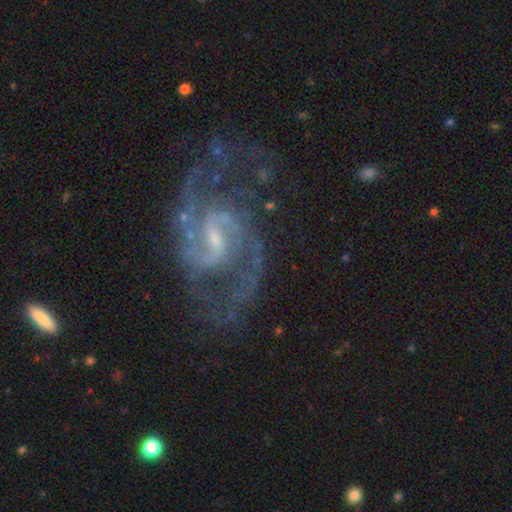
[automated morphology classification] Overall: featured or disk (92%). Edge-on disk: no (98%). Bar: weak (61%; strong 23%). Spiral arms: yes (98%). Spiral arm count: 2 (89%). Spiral winding: medium (63%). Bulge size: small (64%). Merging: none (73%).